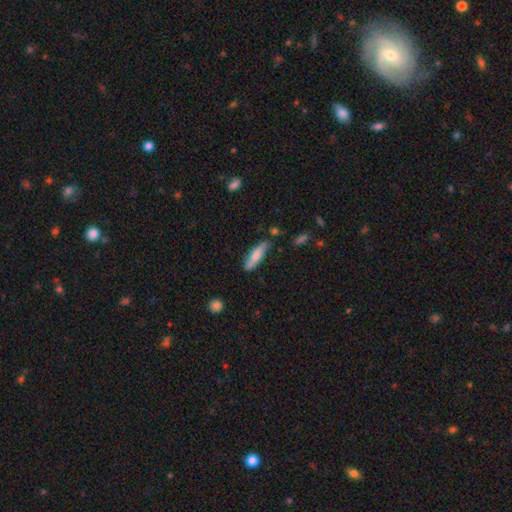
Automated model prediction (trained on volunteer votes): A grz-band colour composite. It shows a smooth galaxy with no disk features (69%) that is cigar-shaped (65%). Merging: none (72%).